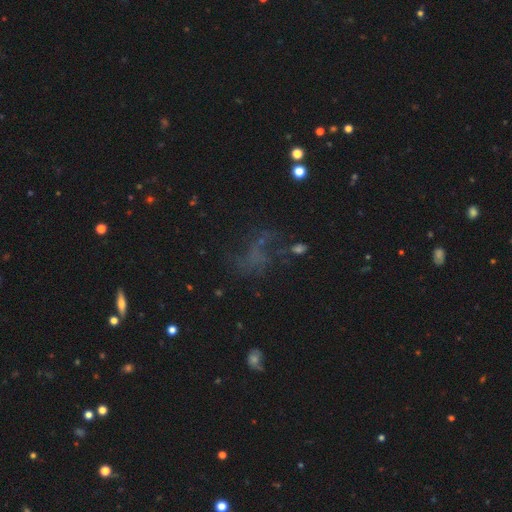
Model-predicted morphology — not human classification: This is marginally a featured or disk galaxy (35%, tied with star or artifact). Merging: marginally none (43%).